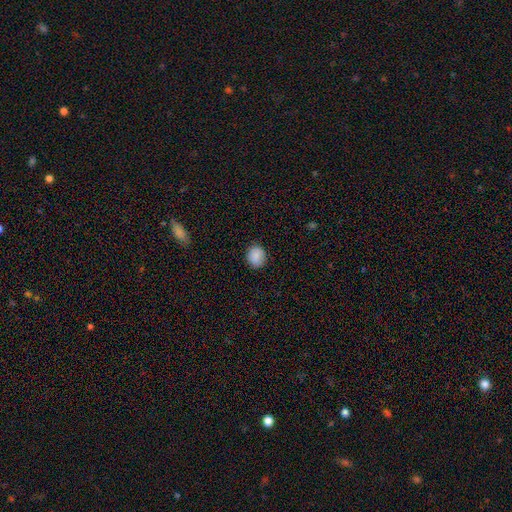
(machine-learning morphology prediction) Smooth or featured: smooth — 88% (star or artifact — 8%)
How rounded: round — 70% (in between — 29%)
Merging: none — 88% (minor disturbance — 9%)